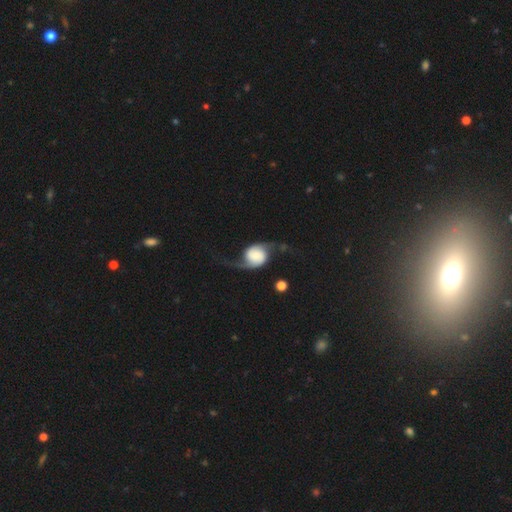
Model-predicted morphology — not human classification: smooth-or-featured: featured or disk: 79% | smooth: 15% | star or artifact: 7%
  disk-edge-on: no: 97% | yes: 3%
    bar: no: 72% | weak: 20% | strong: 7%
    has-spiral-arms: yes: 96% | no: 4%
      spiral-winding: loose: 81% | medium: 14% | tight: 5%
      spiral-arm-count: 2: 93% | 1: 3% | can't tell: 1% | 3: 1% | 4: 1% | more than 4: 1%
    bulge-size: dominant: 44% | none: 24% | large: 21% | small: 7% | moderate: 4%
  merging: none: 59% | minor disturbance: 20% | major disturbance: 17% | merger: 4%